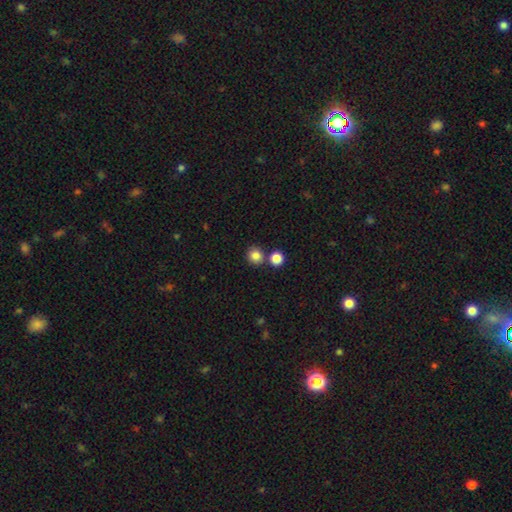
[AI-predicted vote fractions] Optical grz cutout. It shows a smooth galaxy with no disk features (84%) that is round (86%). Merging: none (72%).